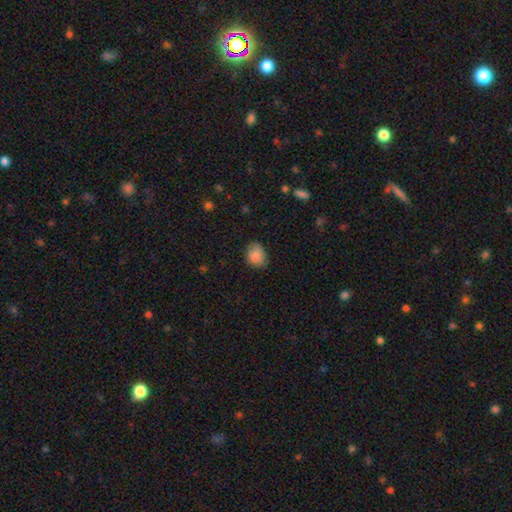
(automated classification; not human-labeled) Overall: smooth (87%). How rounded: in between (54%; round 45%). Merging: none (72%).